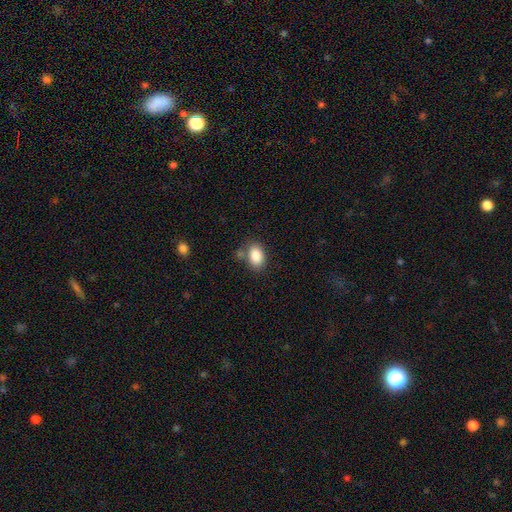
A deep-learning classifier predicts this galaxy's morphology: This is clearly a smooth galaxy (87%). How rounded: clearly in between (87%). Merging: likely none (71%).